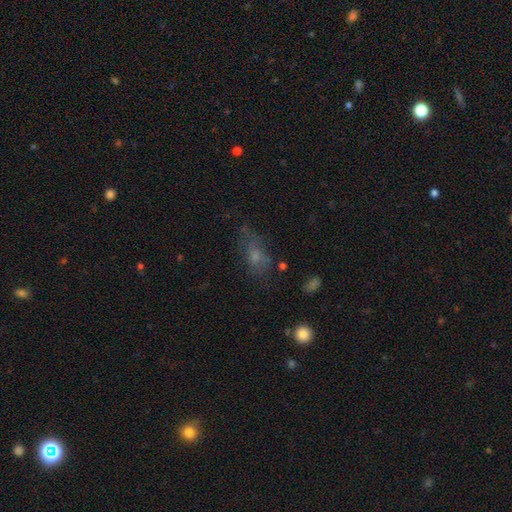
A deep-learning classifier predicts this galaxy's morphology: Smooth or featured? smooth (58%)
How rounded? in between (78%)
Merging? none (51%)